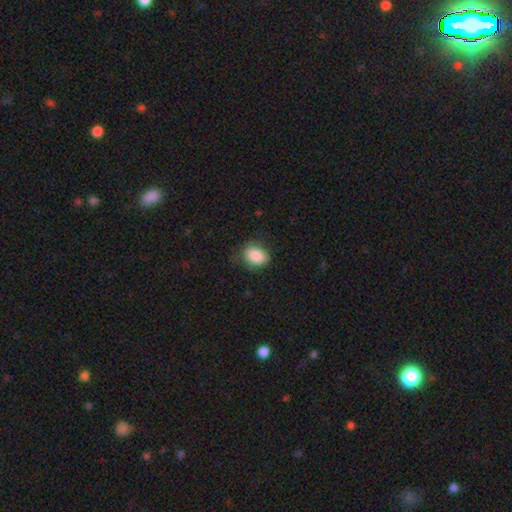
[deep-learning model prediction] A smooth galaxy with no disk features (87%) that is in between round and cigar-shaped (62%). Merging: none (73%).